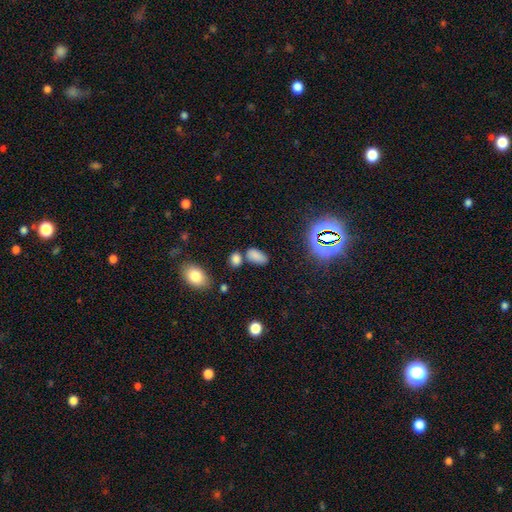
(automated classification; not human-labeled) smooth_or_featured: smooth (p=0.77) [alt: star or artifact p=0.17]
how_rounded: in between (p=0.91) [alt: round p=0.06]
merging: none (p=0.66) [alt: merger p=0.16]